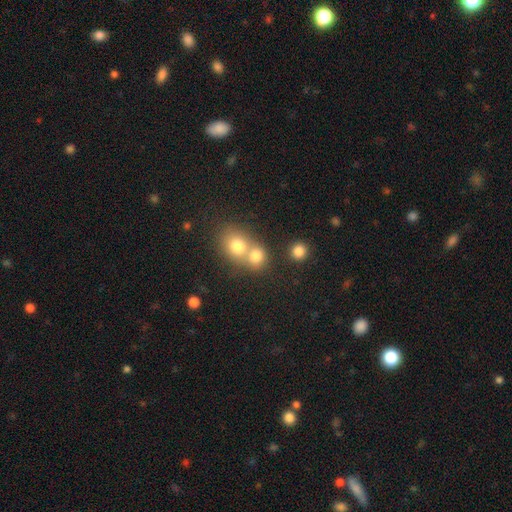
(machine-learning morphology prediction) type=smooth (77%); roundness=round (74%); merging=merger (56%).